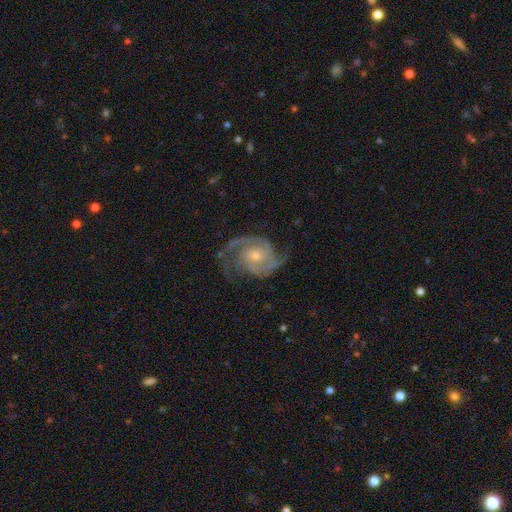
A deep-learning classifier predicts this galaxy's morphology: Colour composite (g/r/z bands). It shows a featured or disk galaxy (91%) with no bar (71%), 2 (67%) medium (51%) spiral arms (98%) and a small central bulge (53%). Merging: none (73%).